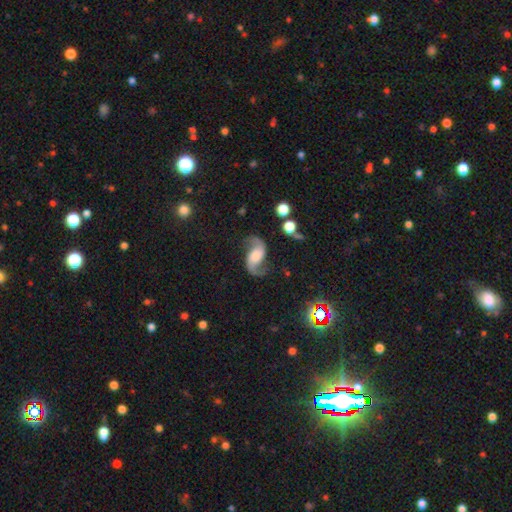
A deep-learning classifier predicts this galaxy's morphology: This appears to be a featured or disk galaxy (87%) with no bar (53%), 2 (94%) loose (68%) spiral arms (97%) and a large central bulge (31%). Merging: none (76%).